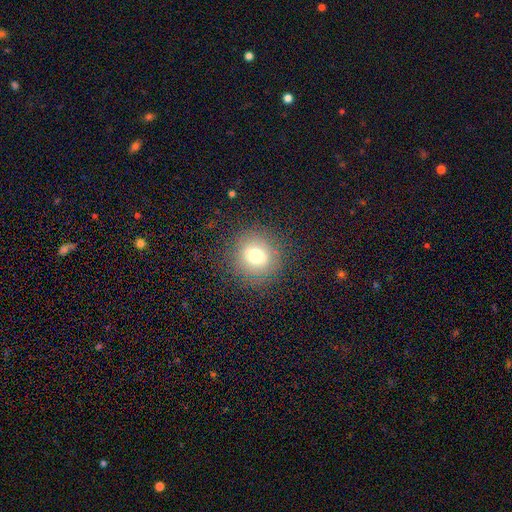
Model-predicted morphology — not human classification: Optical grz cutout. It shows a smooth galaxy with no disk features (69%) that is round (90%). Merging: none (85%).